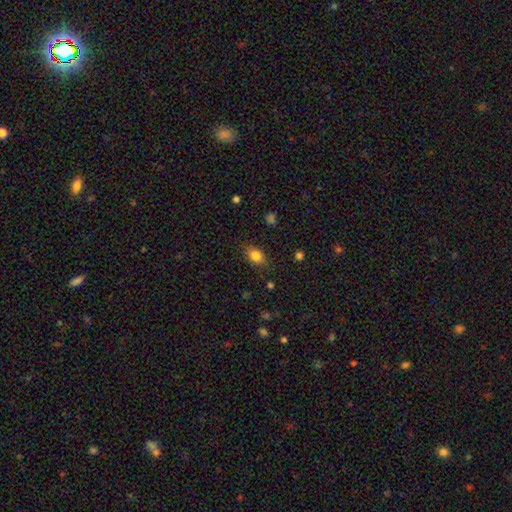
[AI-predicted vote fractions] A smooth galaxy with no disk features (82%) that is in between round and cigar-shaped (80%). Merging: none (80%).